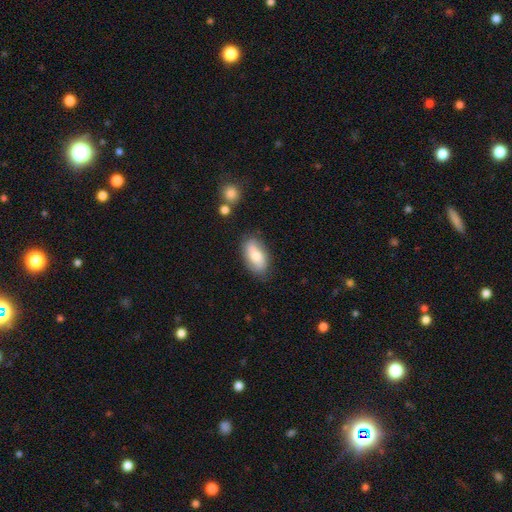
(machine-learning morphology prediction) type=smooth (65%); roundness=in between (91%); merging=none (75%).